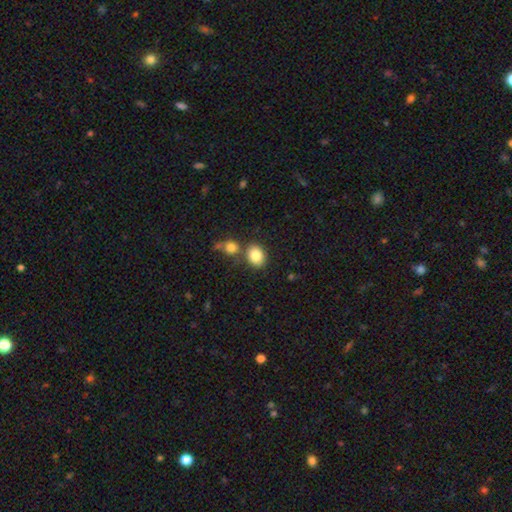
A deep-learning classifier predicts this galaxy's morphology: Q: Smooth or featured?
A: smooth (84%); runner-up: star or artifact (9%)
Q: How rounded?
A: in between (60%); runner-up: round (39%)
Q: Merging?
A: none (66%); runner-up: merger (20%)